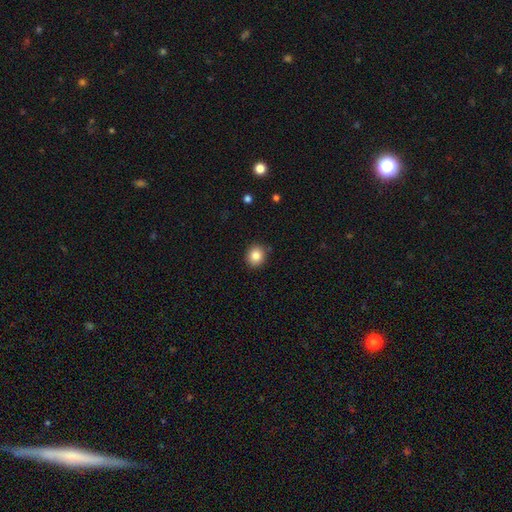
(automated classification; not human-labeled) Q: Smooth or featured?
A: smooth (84%); runner-up: star or artifact (10%)
Q: How rounded?
A: round (82%); runner-up: in between (17%)
Q: Merging?
A: none (88%); runner-up: minor disturbance (9%)